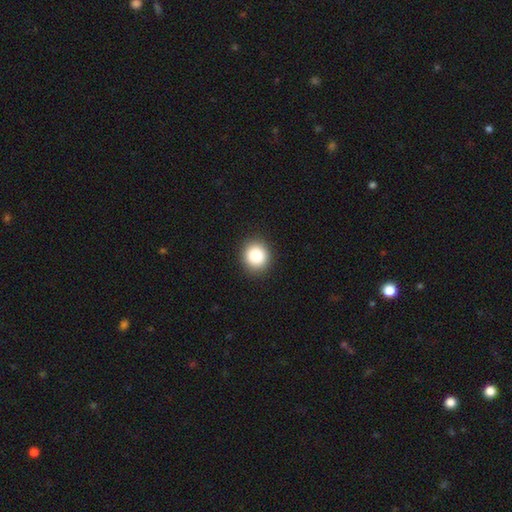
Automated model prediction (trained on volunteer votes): Overall: smooth (86%). How rounded: round (87%). Merging: none (92%).